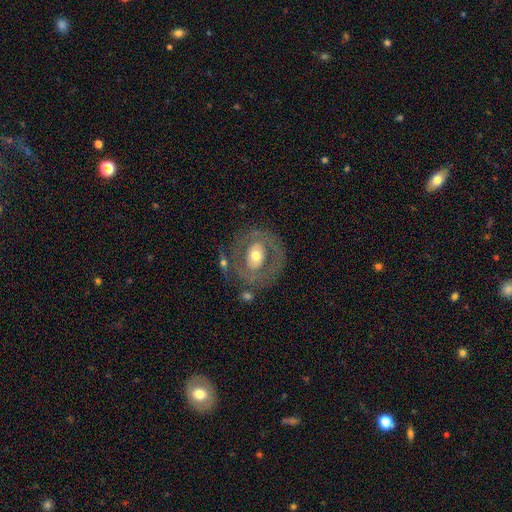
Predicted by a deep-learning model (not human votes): smooth-or-featured: featured or disk: 60% | smooth: 34% | star or artifact: 6%
  disk-edge-on: no: 94% | yes: 6%
    bar: no: 65% | weak: 22% | strong: 13%
    has-spiral-arms: no: 74% | yes: 26%
    bulge-size: moderate: 67% | large: 15% | small: 15% | dominant: 2% | none: 1%
  merging: none: 70% | minor disturbance: 15% | major disturbance: 12% | merger: 3%